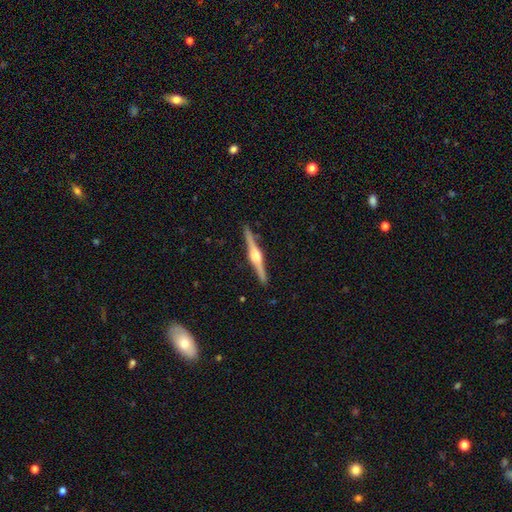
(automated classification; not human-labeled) This appears to be a featured or disk galaxy (84%) viewed edge-on (98%) with a rounded central bulge (86%). Merging: none (90%).